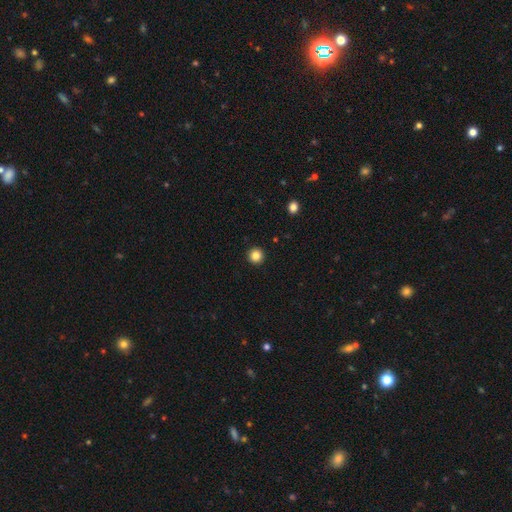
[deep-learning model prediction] smooth 84%, star or artifact 11%, featured or disk 4%. Down the decision tree: how rounded — round (96%); merging — none (94%).